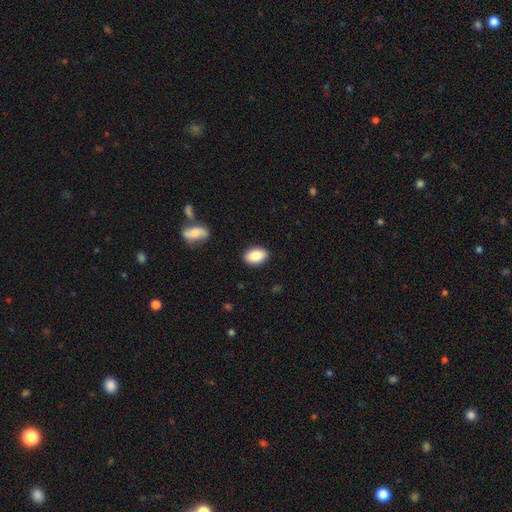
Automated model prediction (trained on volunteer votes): smooth-or-featured: smooth: 85% | featured or disk: 8% | star or artifact: 7%
  how-rounded: in between: 90% | round: 8% | cigar-shaped: 1%
  merging: none: 89% | minor disturbance: 8% | major disturbance: 2% | merger: 1%